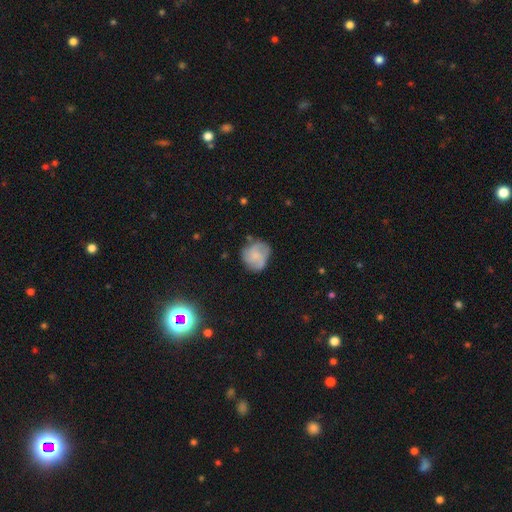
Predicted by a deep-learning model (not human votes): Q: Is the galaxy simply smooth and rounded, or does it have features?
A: featured or disk — 46%, tied with smooth.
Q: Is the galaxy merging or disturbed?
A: none — 65%.